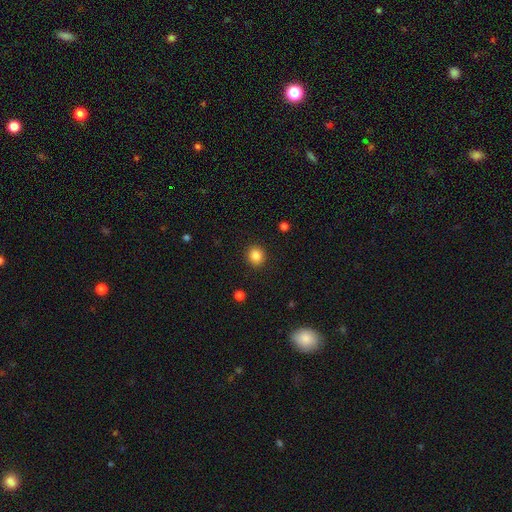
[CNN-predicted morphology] Q: Smooth or featured?
A: smooth (85%); runner-up: star or artifact (10%)
Q: How rounded?
A: round (84%); runner-up: in between (15%)
Q: Merging?
A: none (91%); runner-up: minor disturbance (6%)